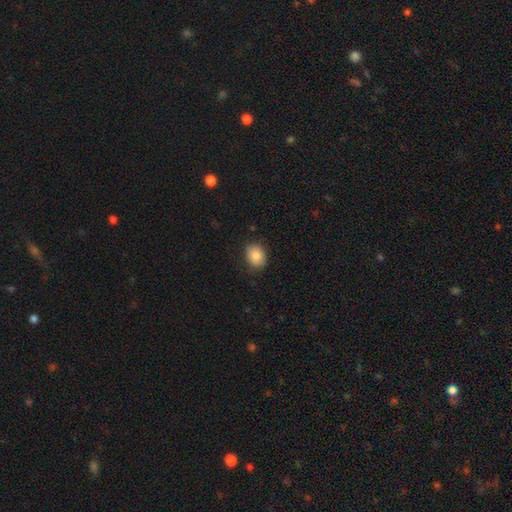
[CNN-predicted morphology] Smooth or featured: smooth — 87% (star or artifact — 8%)
How rounded: round — 50% (in between — 49%)
Merging: none — 82% (minor disturbance — 14%)